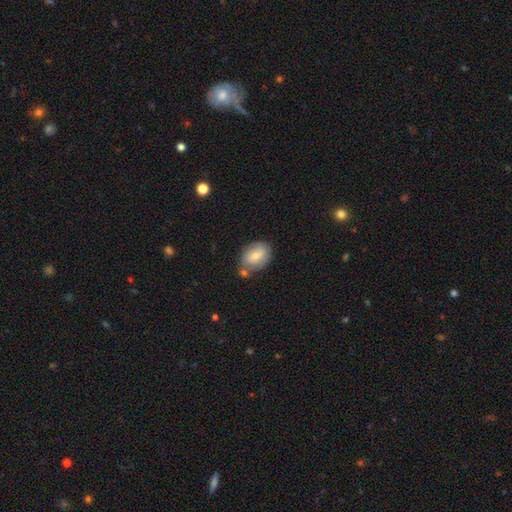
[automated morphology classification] This appears to be a smooth galaxy with no disk features (67%) that is in between round and cigar-shaped (77%). Merging: none (61%).